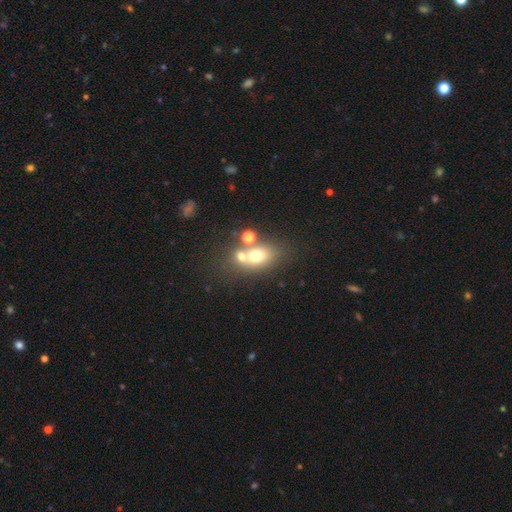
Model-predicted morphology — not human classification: This is likely a smooth galaxy (64%). How rounded: likely in between (61%). Merging: marginally none (43%).